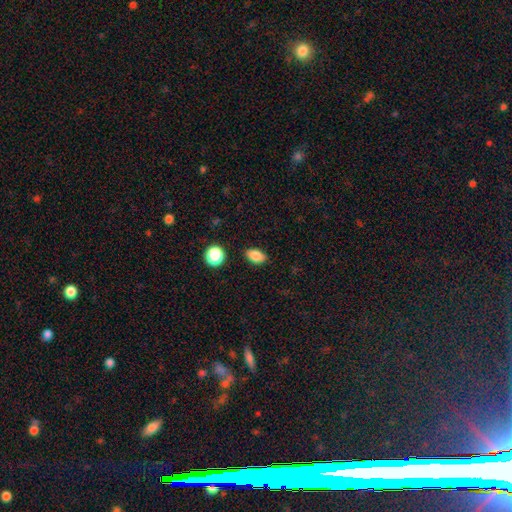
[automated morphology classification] smooth 85%, star or artifact 9%, featured or disk 5%. Down the decision tree: how rounded — in between (86%); merging — none (86%).